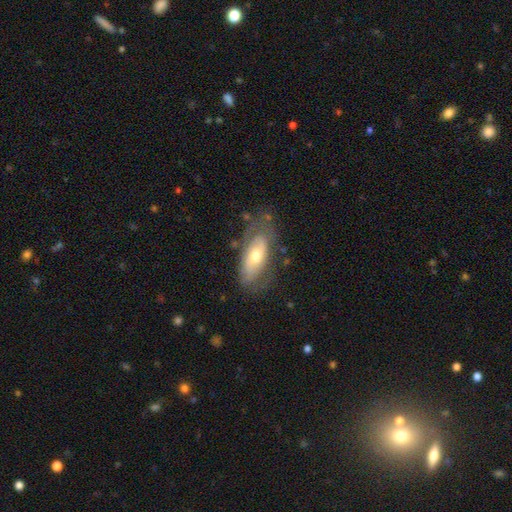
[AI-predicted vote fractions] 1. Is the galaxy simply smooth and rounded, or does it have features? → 50% featured or disk, 43% smooth, 6% star or artifact.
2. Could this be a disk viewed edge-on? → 81% no, 19% yes.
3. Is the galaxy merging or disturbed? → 64% none, 23% minor disturbance, 11% major disturbance, 2% merger.